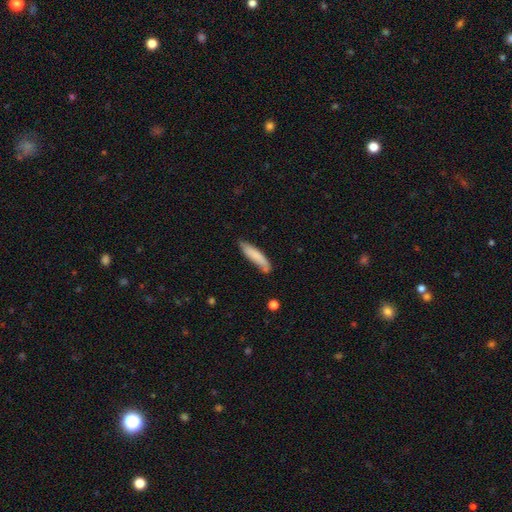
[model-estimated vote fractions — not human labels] smooth-or-featured: smooth: 80% | featured or disk: 15% | star or artifact: 6%
  how-rounded: cigar-shaped: 78% | in between: 20% | round: 1%
  merging: none: 65% | minor disturbance: 25% | major disturbance: 5% | merger: 5%